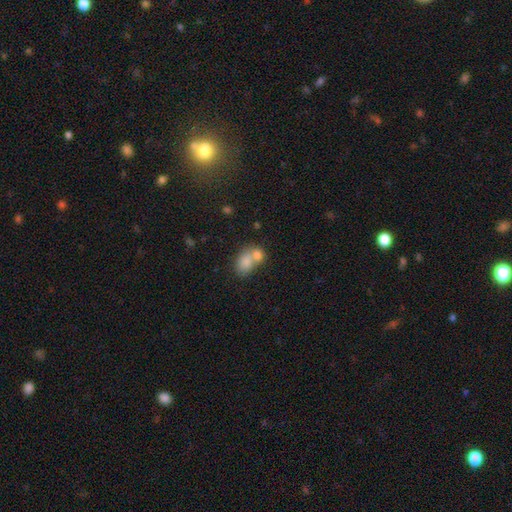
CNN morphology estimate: type=smooth (75%); roundness=in between (61%); merging=merger (58%).